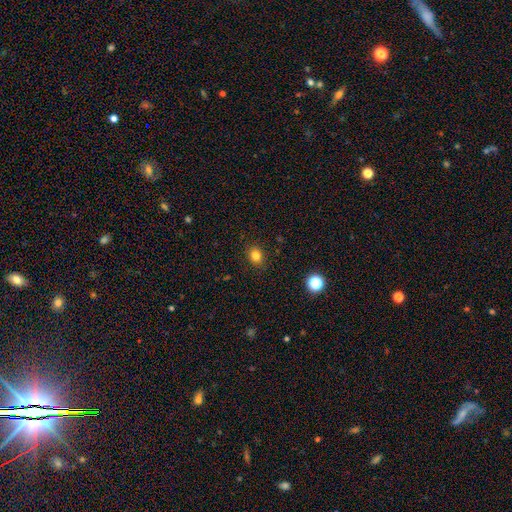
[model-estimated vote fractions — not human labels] A smooth galaxy with no disk features (82%) that is round (54%).

Vote fractions:
- Smooth or featured? smooth: 82% / star or artifact: 13% / featured or disk: 6%
- How rounded? round: 54% / in between: 45% / cigar-shaped: 1%
- Merging? none: 88% / minor disturbance: 8% / major disturbance: 2% / merger: 1%